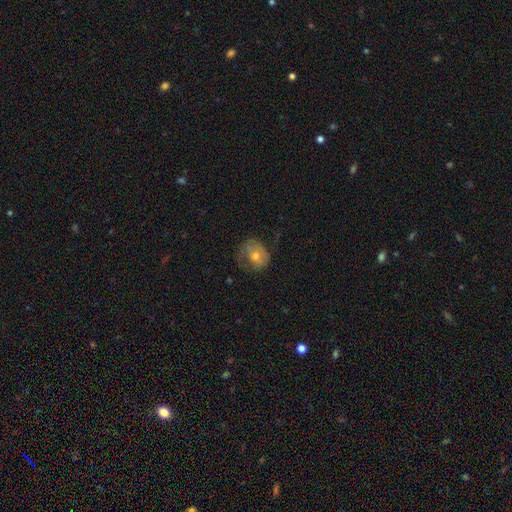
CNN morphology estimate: Smooth or featured?
  - smooth: 62% *
  - featured or disk: 30%
  - star or artifact: 8%
How rounded?
  - round: 56% *
  - in between: 43%
  - cigar-shaped: 1%
Merging?
  - none: 46% *
  - minor disturbance: 30%
  - major disturbance: 23%
  - merger: 2%